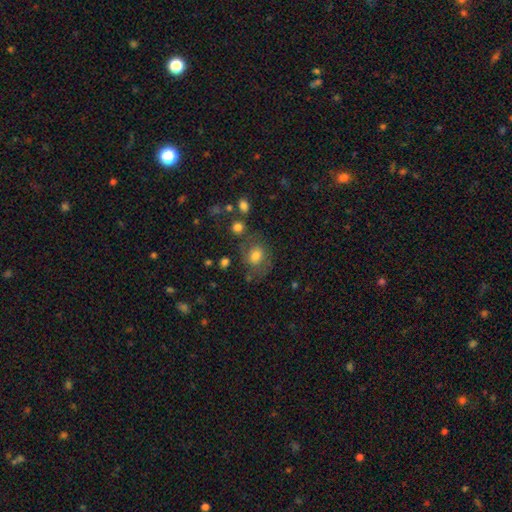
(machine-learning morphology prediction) This is likely a smooth galaxy (69%). How rounded: possibly round (56%). Merging: likely none (60%).